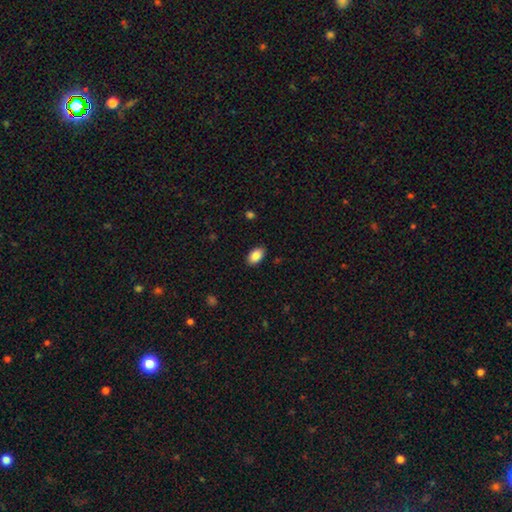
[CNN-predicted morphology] smooth-or-featured: smooth: 88% | star or artifact: 7% | featured or disk: 5%
  how-rounded: in between: 92% | round: 6% | cigar-shaped: 1%
  merging: none: 88% | minor disturbance: 9% | major disturbance: 2% | merger: 1%